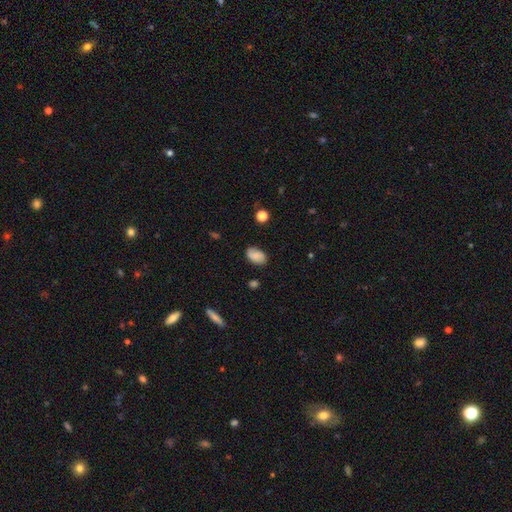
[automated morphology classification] Smooth or featured? Predicted: smooth (p=0.80). How rounded? Predicted: in between (p=0.88). Merging? Predicted: none (p=0.77).